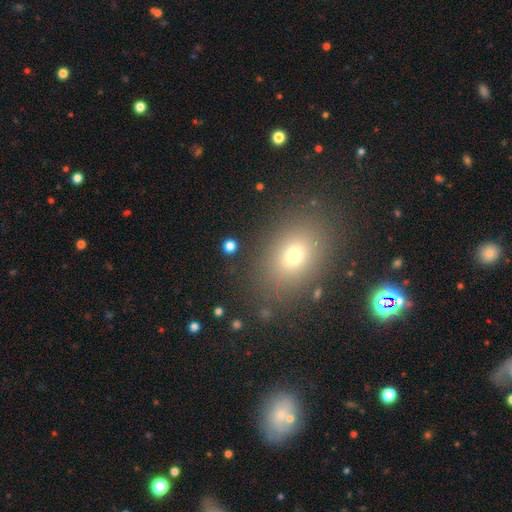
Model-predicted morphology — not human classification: Q: Smooth or featured?
A: smooth (60%); runner-up: star or artifact (27%)
Q: How rounded?
A: in between (65%); runner-up: round (33%)
Q: Merging?
A: none (86%); runner-up: minor disturbance (8%)